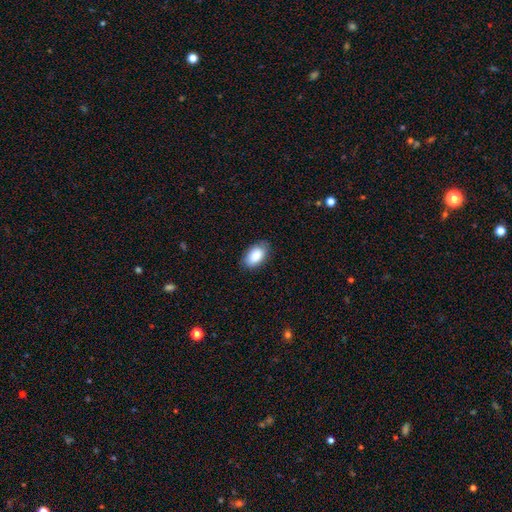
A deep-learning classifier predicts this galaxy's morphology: smooth-or-featured: smooth: 89% | star or artifact: 6% | featured or disk: 5%
  how-rounded: in between: 93% | round: 6% | cigar-shaped: 1%
  merging: none: 82% | minor disturbance: 15% | major disturbance: 3% | merger: 1%